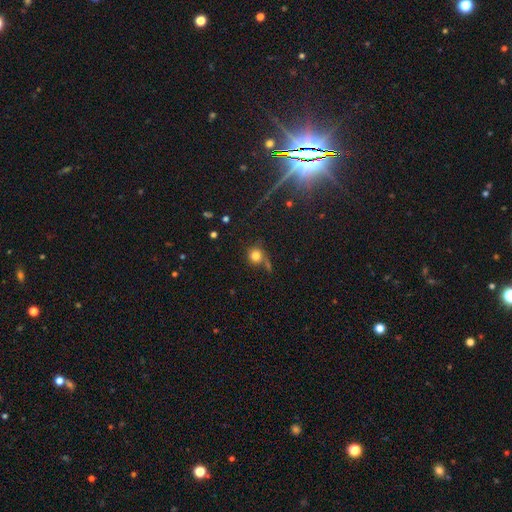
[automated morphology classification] This appears to be a smooth galaxy with no disk features (76%) that is round (89%). Merging: none (55%).